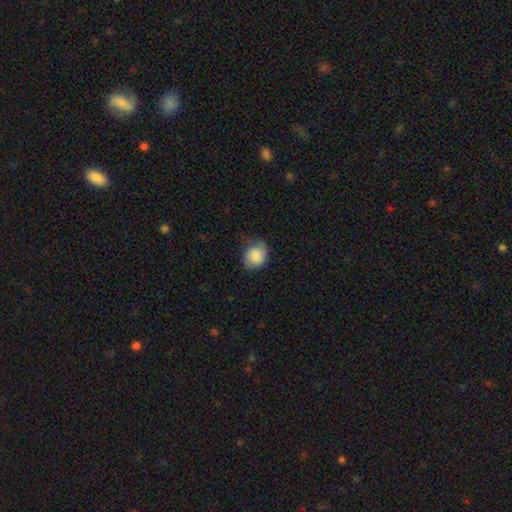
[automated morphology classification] smooth-or-featured: smooth: 80% | featured or disk: 13% | star or artifact: 7%
  how-rounded: round: 60% | in between: 39% | cigar-shaped: 1%
  merging: none: 65% | minor disturbance: 27% | major disturbance: 7% | merger: 1%